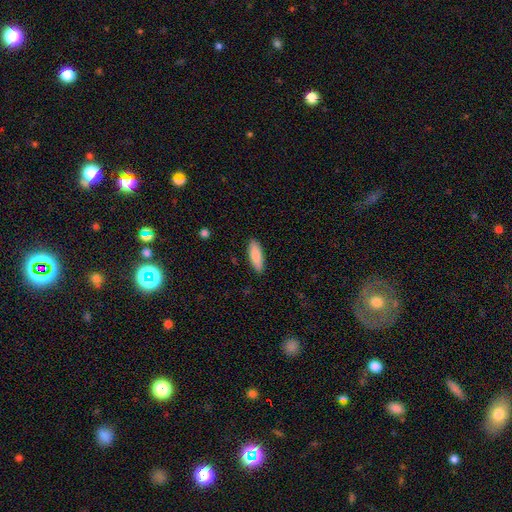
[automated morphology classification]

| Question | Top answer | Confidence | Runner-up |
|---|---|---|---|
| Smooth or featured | smooth | 86% | featured or disk (9%) |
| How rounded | in between | 57% | cigar-shaped (41%) |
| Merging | none | 89% | minor disturbance (8%) |